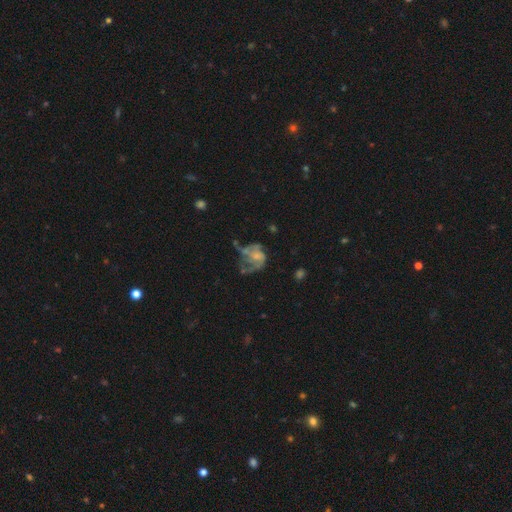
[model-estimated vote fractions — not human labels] Smooth or featured: featured or disk — 66% (smooth — 24%)
Edge-on disk: no — 98% (yes — 2%)
Bar: no — 76% (weak — 21%)
Spiral arms: yes — 64% (no — 36%)
Bulge size: small — 42% (moderate — 31%)
Merging: major disturbance — 43% (none — 30%)